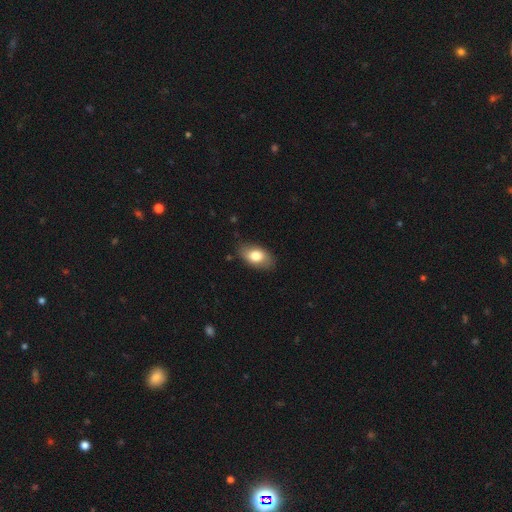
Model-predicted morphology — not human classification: smooth-or-featured: smooth: 76% | featured or disk: 17% | star or artifact: 7%
  how-rounded: in between: 91% | round: 7% | cigar-shaped: 2%
  merging: none: 81% | minor disturbance: 15% | major disturbance: 3% | merger: 1%